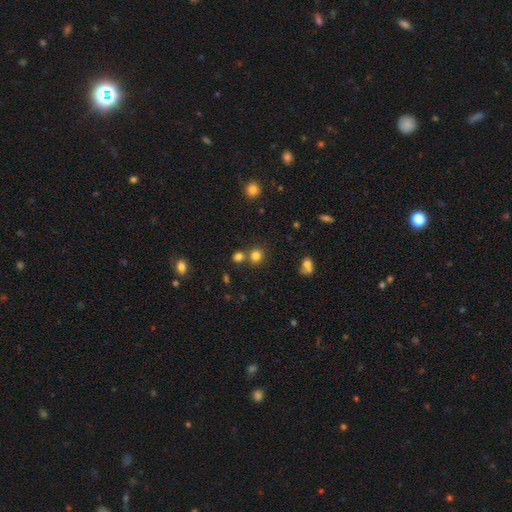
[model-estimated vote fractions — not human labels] This appears to be a smooth galaxy with no disk features (79%) that is round (87%). Merging: none (68%).